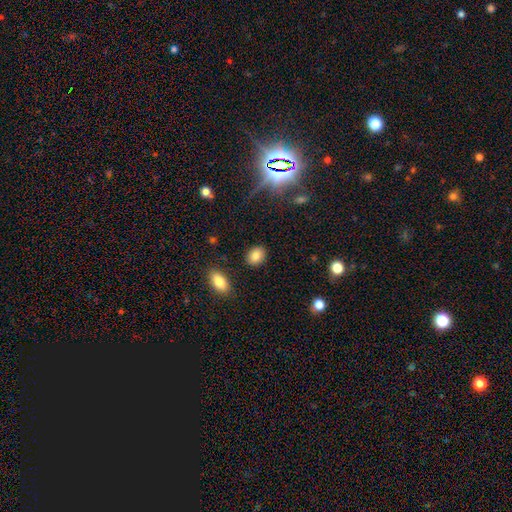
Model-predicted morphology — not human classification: This appears to be a smooth galaxy with no disk features (84%) that is in between round and cigar-shaped (52%). Merging: none (88%).